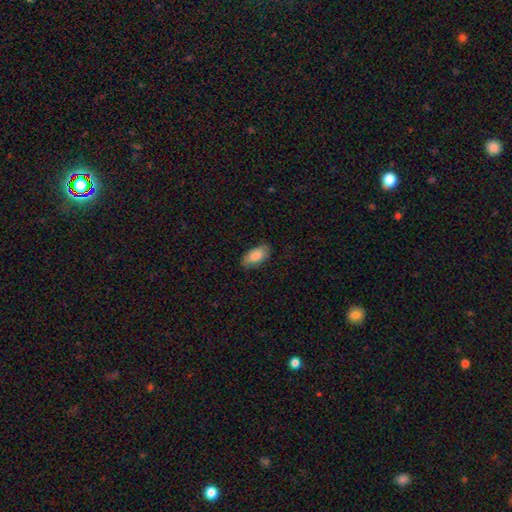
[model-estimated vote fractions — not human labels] The model was most divided on "merging": none: 79%, minor disturbance: 16%, major disturbance: 4%, merger: 1%. More confident: how rounded — in between (94%); smooth or featured — smooth (83%).